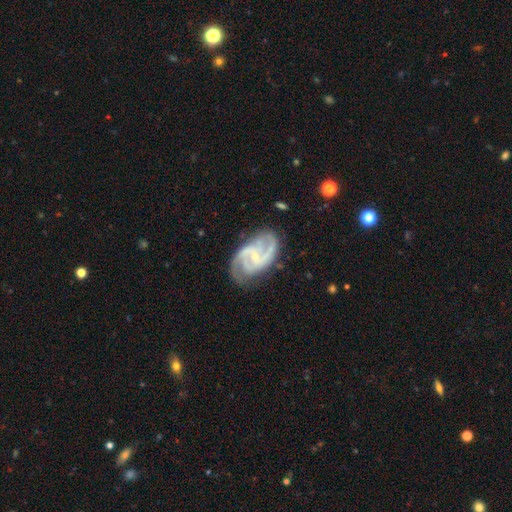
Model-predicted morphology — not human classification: Smooth or featured: featured or disk — 90% (smooth — 5%)
Edge-on disk: no — 97% (yes — 3%)
Bar: weak — 43% (no — 42%)
Spiral arms: yes — 98% (no — 2%)
Spiral winding: medium — 55% (tight — 30%)
Spiral arm count: 2 — 64% (3 — 20%)
Bulge size: small — 75% (moderate — 20%)
Merging: none — 73% (minor disturbance — 19%)